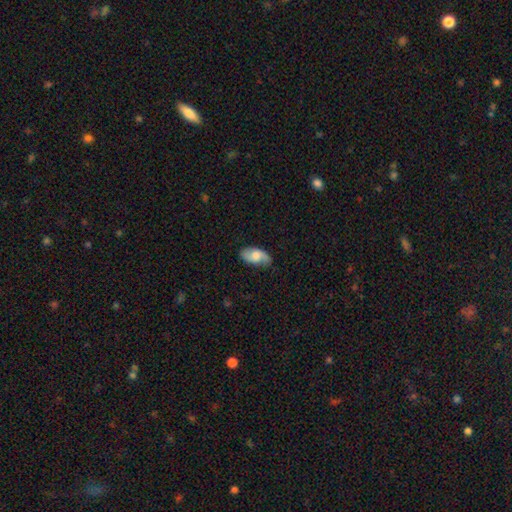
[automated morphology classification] Smooth or featured? Predicted: smooth (p=0.47). Merging? Predicted: none (p=0.75).